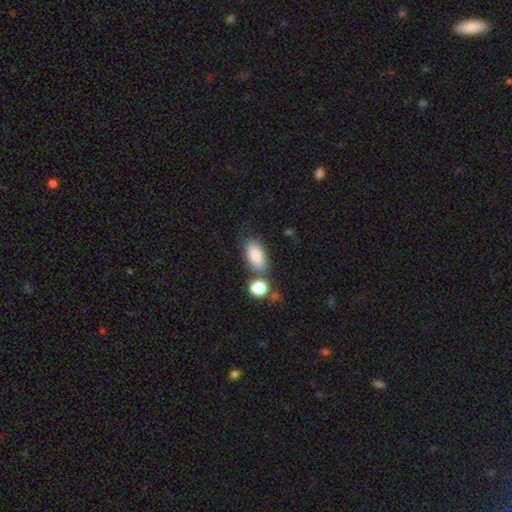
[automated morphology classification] smooth-or-featured: smooth: 86% | featured or disk: 7% | star or artifact: 7%
  how-rounded: in between: 90% | cigar-shaped: 5% | round: 5%
  merging: none: 58% | merger: 22% | minor disturbance: 15% | major disturbance: 5%